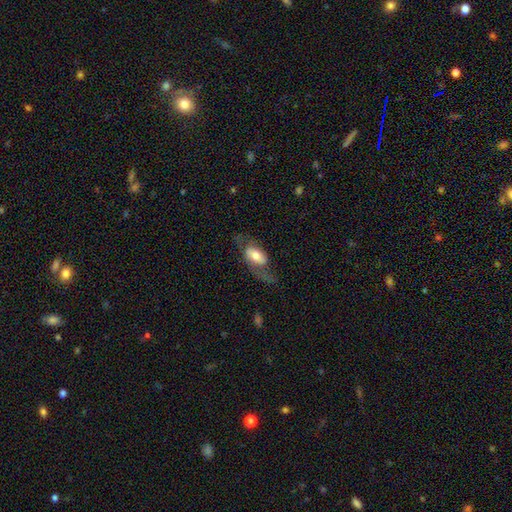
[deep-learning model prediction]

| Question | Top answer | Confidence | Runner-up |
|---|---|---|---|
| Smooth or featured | featured or disk | 48% | smooth (46%) |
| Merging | none | 50% | major disturbance (27%) |